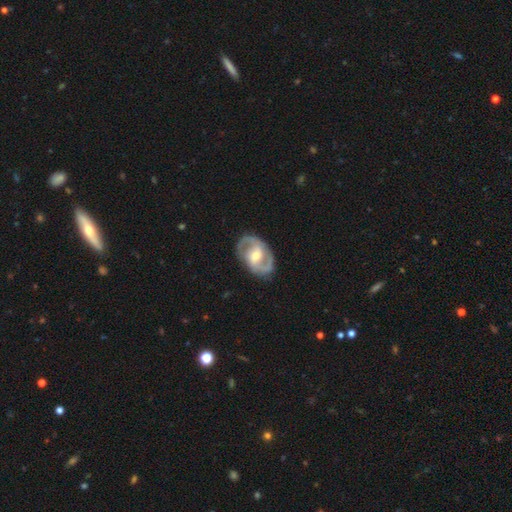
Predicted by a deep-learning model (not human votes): This is clearly a featured or disk galaxy (85%). It is clearly not viewed edge-on (97%). Bar: possibly weak (46%). Spiral arm pattern: clearly yes (92%). Spiral arm count: clearly 2 (89%). Spiral winding: possibly medium (53%). Central bulge: likely moderate (65%). Merging: clearly none (82%).